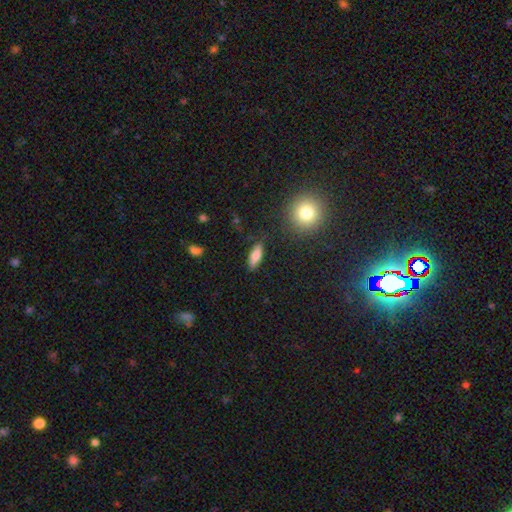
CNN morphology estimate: Q: Smooth or featured?
A: smooth (79%); runner-up: featured or disk (13%)
Q: How rounded?
A: in between (61%); runner-up: cigar-shaped (36%)
Q: Merging?
A: none (84%); runner-up: minor disturbance (11%)